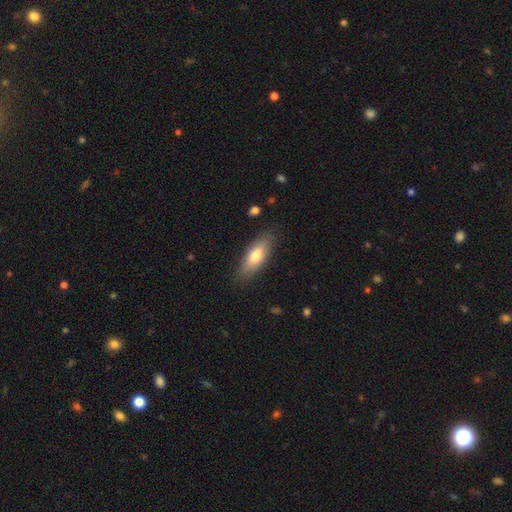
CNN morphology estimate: smooth 74%, featured or disk 20%, star or artifact 6%. Down the decision tree: how rounded — in between (66%); merging — none (84%).